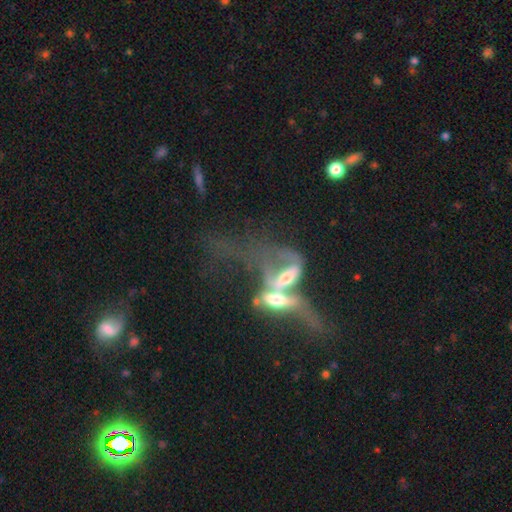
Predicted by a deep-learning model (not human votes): This appears to be a featured or disk galaxy (65%). Merging: merger (66%).